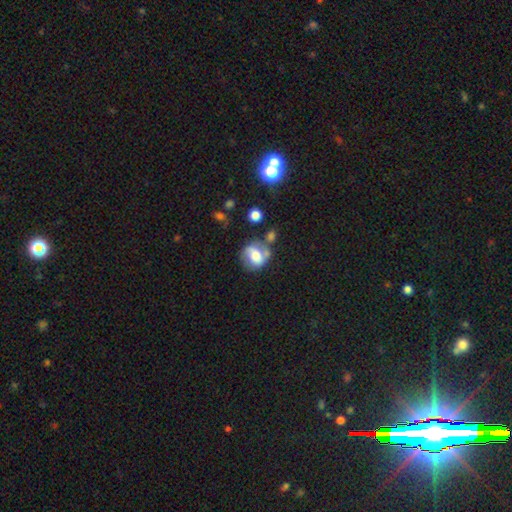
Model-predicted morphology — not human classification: This appears to be a featured or disk galaxy (46%). Merging: none (53%).